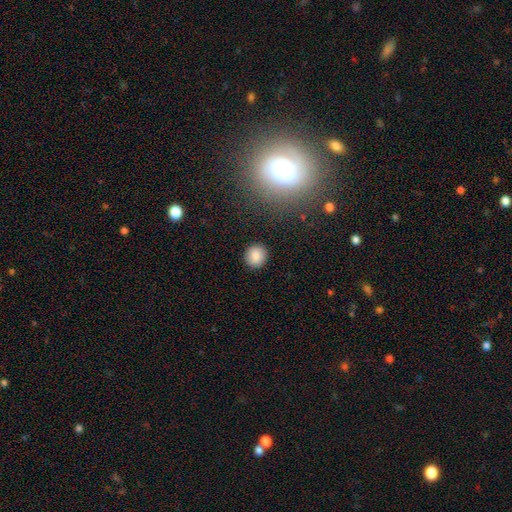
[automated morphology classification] Overall: smooth (85%). How rounded: round (90%). Merging: none (91%).